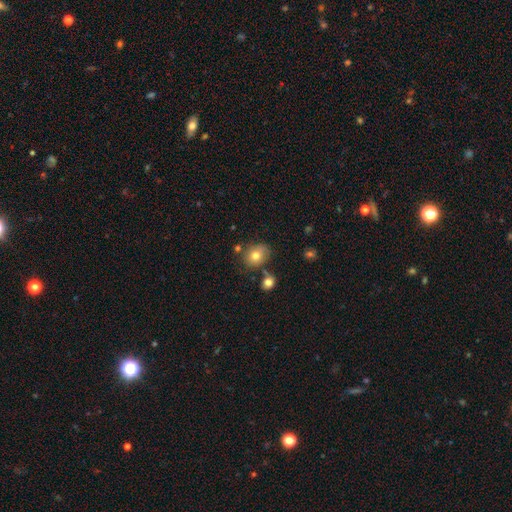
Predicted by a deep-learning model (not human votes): Q: Smooth or featured?
A: smooth (77%); runner-up: featured or disk (12%)
Q: How rounded?
A: round (55%); runner-up: in between (44%)
Q: Merging?
A: none (69%); runner-up: minor disturbance (17%)